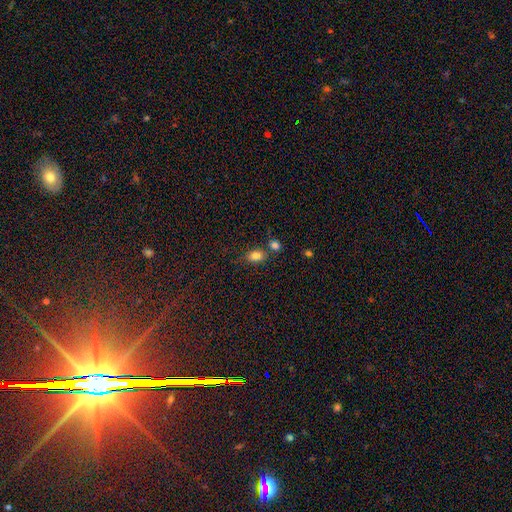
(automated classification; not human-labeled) Smooth or featured: smooth — 83% (star or artifact — 10%)
How rounded: in between — 76% (round — 22%)
Merging: none — 62% (merger — 19%)